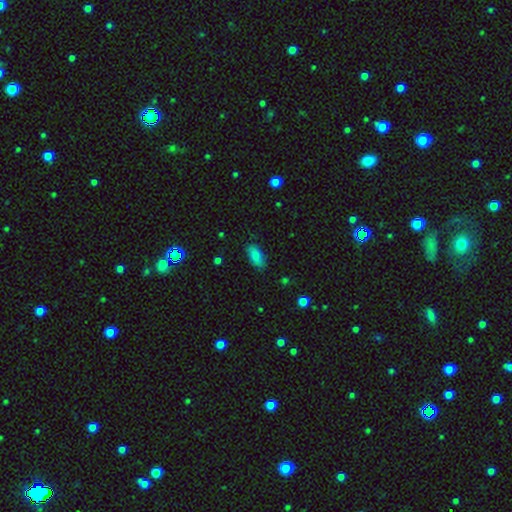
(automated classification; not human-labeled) A smooth galaxy with no disk features (83%) that is in between round and cigar-shaped (90%). Merging: none (81%).